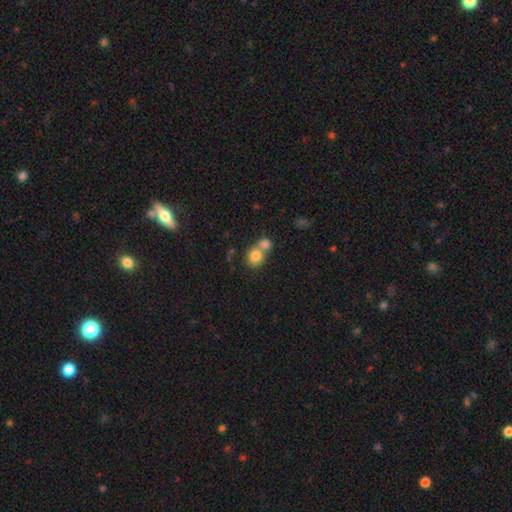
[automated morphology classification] A smooth galaxy with no disk features (80%) that is round (77%).

Vote fractions:
- Smooth or featured? smooth: 80% / featured or disk: 10% / star or artifact: 10%
- How rounded? round: 77% / in between: 22% / cigar-shaped: 1%
- Merging? merger: 53% / none: 37% / minor disturbance: 7% / major disturbance: 3%